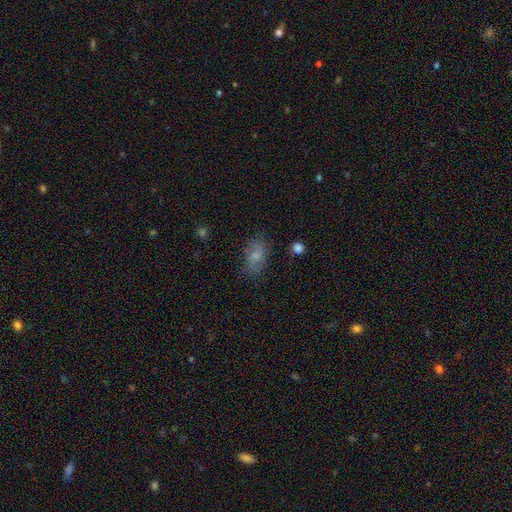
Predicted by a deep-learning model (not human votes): smooth-or-featured: smooth: 73% | featured or disk: 17% | star or artifact: 10%
  how-rounded: in between: 86% | round: 11% | cigar-shaped: 3%
  merging: none: 72% | minor disturbance: 19% | major disturbance: 6% | merger: 2%